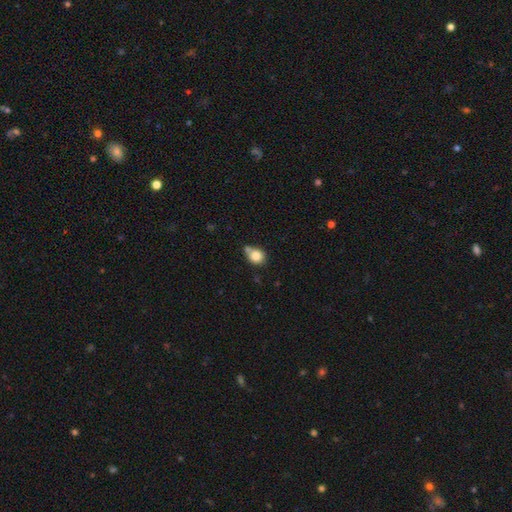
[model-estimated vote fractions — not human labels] A smooth galaxy with no disk features (83%) that is round (78%).

Vote fractions:
- Smooth or featured? smooth: 83% / star or artifact: 10% / featured or disk: 7%
- How rounded? round: 78% / in between: 21% / cigar-shaped: 1%
- Merging? none: 54% / merger: 25% / minor disturbance: 17% / major disturbance: 5%